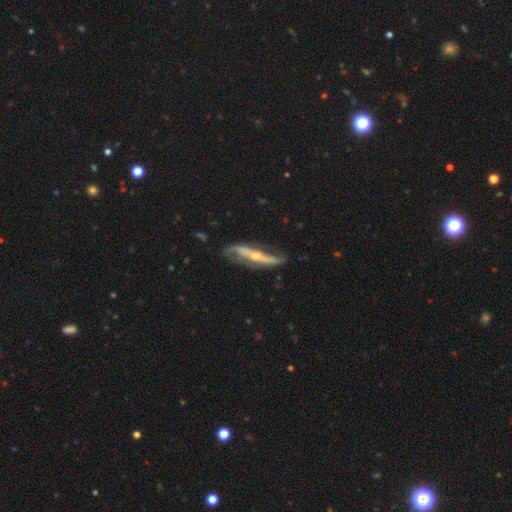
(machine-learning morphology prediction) Smooth or featured?
  - featured or disk: 84% *
  - smooth: 12%
  - star or artifact: 5%
Edge-on disk?
  - no: 54% *
  - yes: 46%
Merging?
  - none: 65% *
  - minor disturbance: 22%
  - major disturbance: 10%
  - merger: 3%